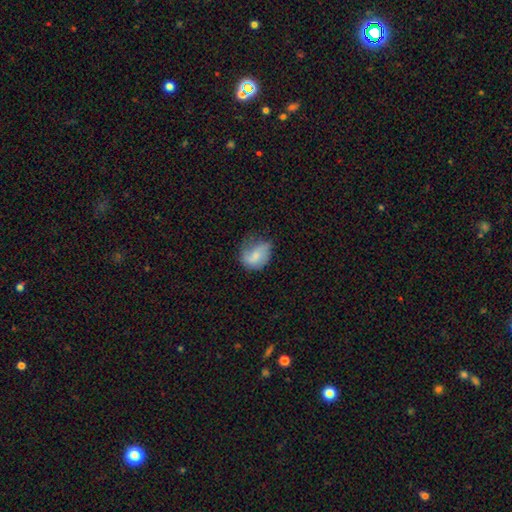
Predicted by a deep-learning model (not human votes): smooth-or-featured: smooth: 63% | featured or disk: 29% | star or artifact: 8%
  how-rounded: in between: 56% | round: 43% | cigar-shaped: 1%
  merging: none: 39% | minor disturbance: 37% | major disturbance: 23% | merger: 2%